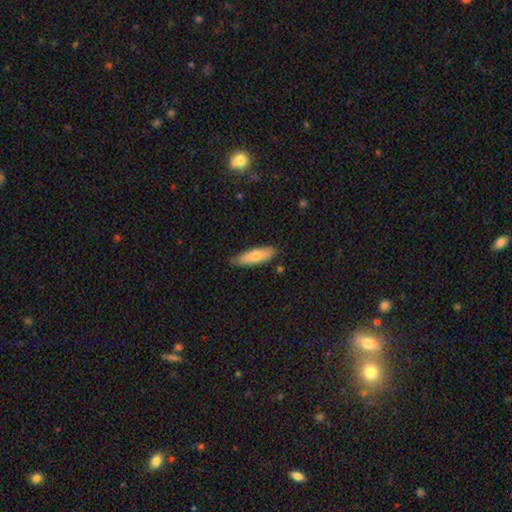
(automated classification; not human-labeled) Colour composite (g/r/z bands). It shows a smooth galaxy with no disk features (73%) that is cigar-shaped (52%). Merging: none (81%).